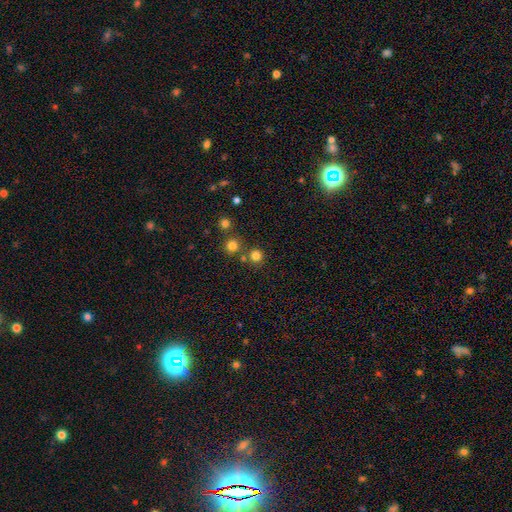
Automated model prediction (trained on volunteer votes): smooth_or_featured: smooth (p=0.78) [alt: star or artifact p=0.16]
how_rounded: round (p=0.94) [alt: in between p=0.06]
merging: none (p=0.77) [alt: merger p=0.14]